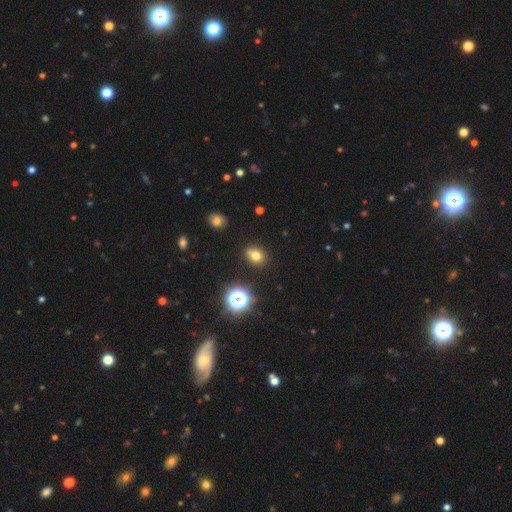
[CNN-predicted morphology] A smooth galaxy with no disk features (73%) that is round (50%). Merging: none (82%).